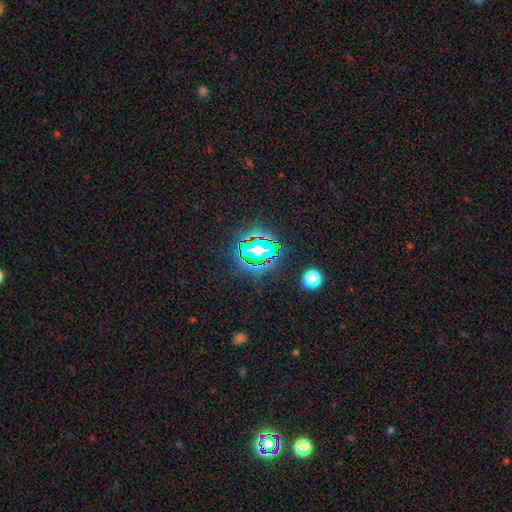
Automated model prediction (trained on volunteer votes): Smooth or featured: star or artifact — 80% (smooth — 13%)